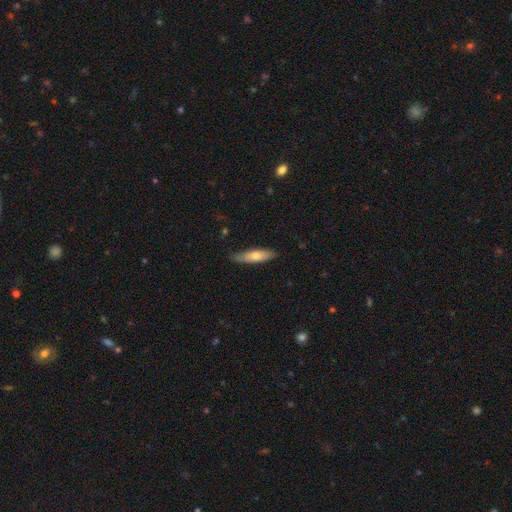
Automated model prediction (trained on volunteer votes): Smooth or featured?
  - smooth: 68% *
  - featured or disk: 27%
  - star or artifact: 5%
How rounded?
  - cigar-shaped: 68% *
  - in between: 30%
  - round: 2%
Merging?
  - none: 81% *
  - minor disturbance: 16%
  - major disturbance: 2%
  - merger: 1%